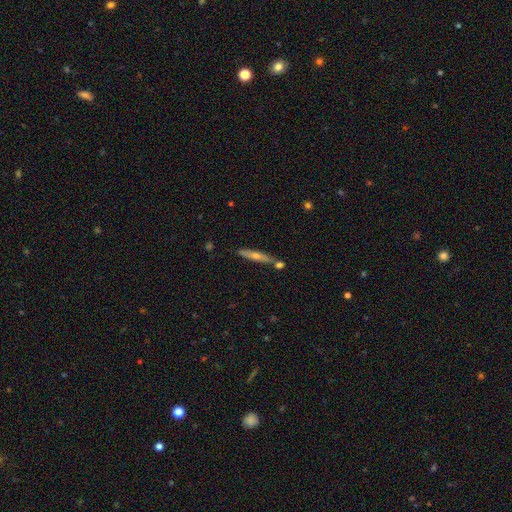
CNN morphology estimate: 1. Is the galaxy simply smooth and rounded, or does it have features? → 57% featured or disk, 36% smooth, 7% star or artifact.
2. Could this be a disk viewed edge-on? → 94% yes, 6% no.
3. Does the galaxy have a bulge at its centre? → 78% rounded, 18% none, 4% boxy.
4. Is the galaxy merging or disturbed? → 81% none, 10% minor disturbance, 7% merger, 2% major disturbance.